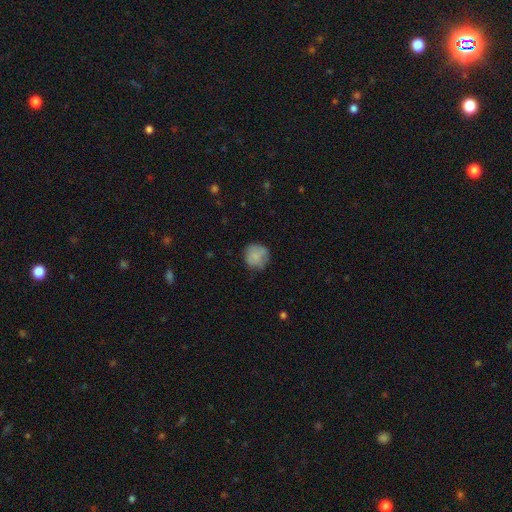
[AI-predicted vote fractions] Q: Smooth or featured?
A: smooth (81%); runner-up: featured or disk (11%)
Q: How rounded?
A: round (90%); runner-up: in between (9%)
Q: Merging?
A: none (73%); runner-up: minor disturbance (20%)